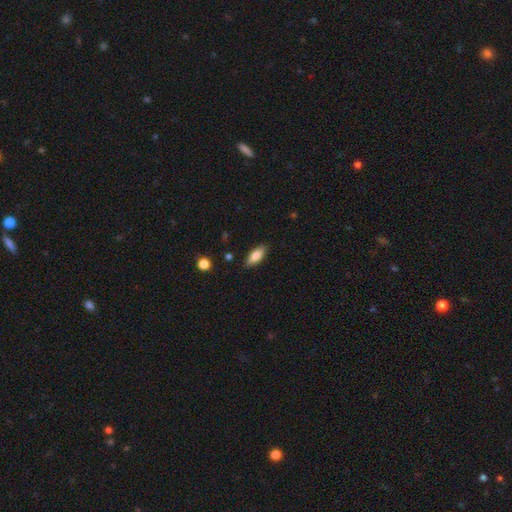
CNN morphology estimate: smooth 79%, featured or disk 14%, star or artifact 7%. Down the decision tree: how rounded — in between (77%); merging — none (85%).